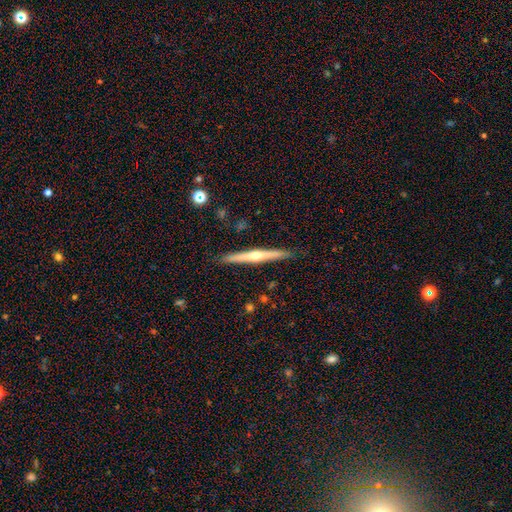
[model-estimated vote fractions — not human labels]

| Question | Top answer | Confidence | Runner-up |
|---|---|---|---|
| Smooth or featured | featured or disk | 70% | smooth (24%) |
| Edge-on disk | yes | 98% | no (2%) |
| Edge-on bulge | rounded | 84% | none (13%) |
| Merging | none | 89% | minor disturbance (8%) |